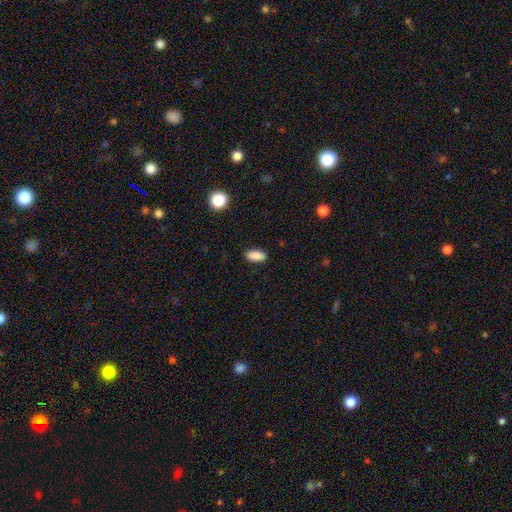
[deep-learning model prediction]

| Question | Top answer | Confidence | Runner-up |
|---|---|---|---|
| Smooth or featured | smooth | 89% | star or artifact (8%) |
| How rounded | in between | 91% | cigar-shaped (6%) |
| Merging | none | 89% | minor disturbance (8%) |